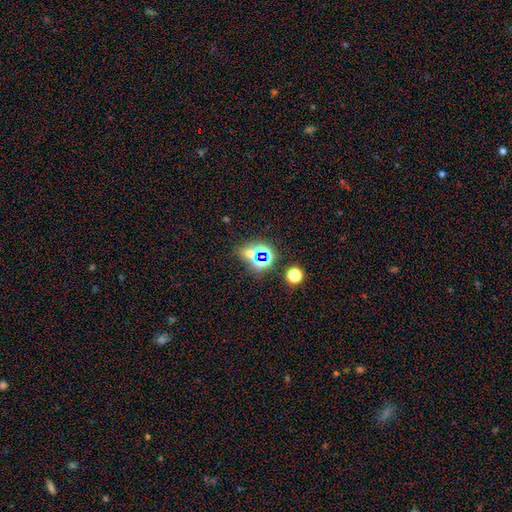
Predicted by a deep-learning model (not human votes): Morphology: type=star or artifact (61%).